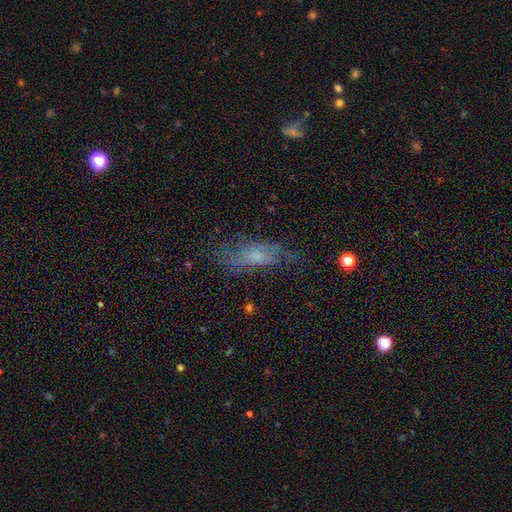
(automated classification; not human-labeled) Smooth or featured?
  - featured or disk: 54% *
  - smooth: 33%
  - star or artifact: 13%
Edge-on disk?
  - no: 84% *
  - yes: 16%
Merging?
  - none: 57% *
  - minor disturbance: 23%
  - major disturbance: 18%
  - merger: 2%